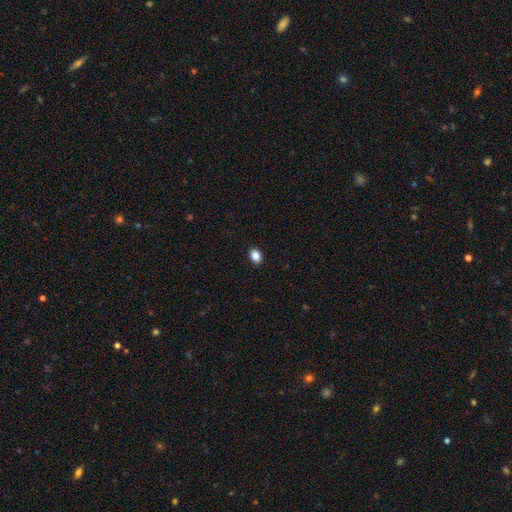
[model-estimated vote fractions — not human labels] This is clearly a smooth galaxy (86%). How rounded: likely in between (74%). Merging: clearly none (91%).